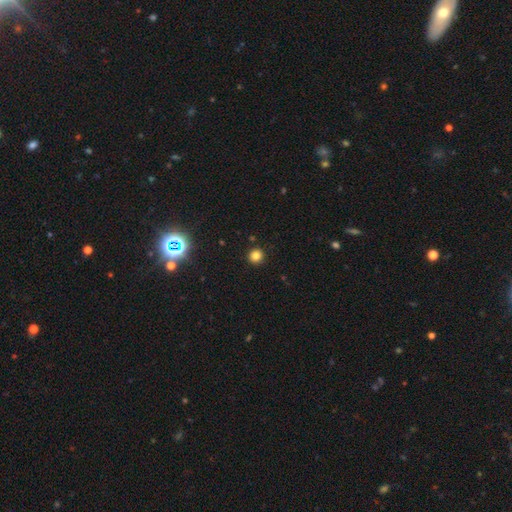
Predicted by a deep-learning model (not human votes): Q: Smooth or featured?
A: smooth (81%); runner-up: star or artifact (15%)
Q: How rounded?
A: round (94%); runner-up: in between (5%)
Q: Merging?
A: none (92%); runner-up: minor disturbance (5%)